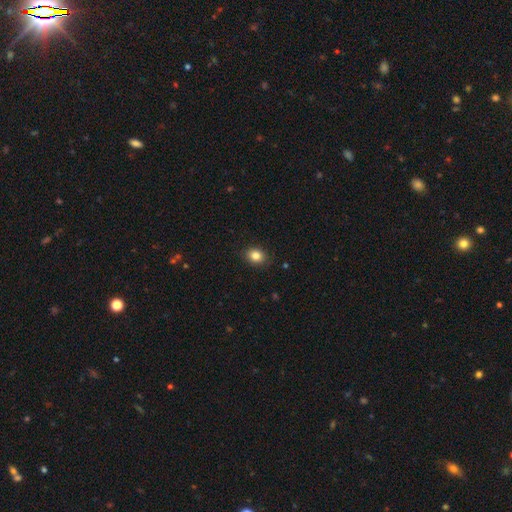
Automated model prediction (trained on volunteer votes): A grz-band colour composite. It shows a smooth galaxy with no disk features (84%) that is in between round and cigar-shaped (52%). Merging: none (88%).